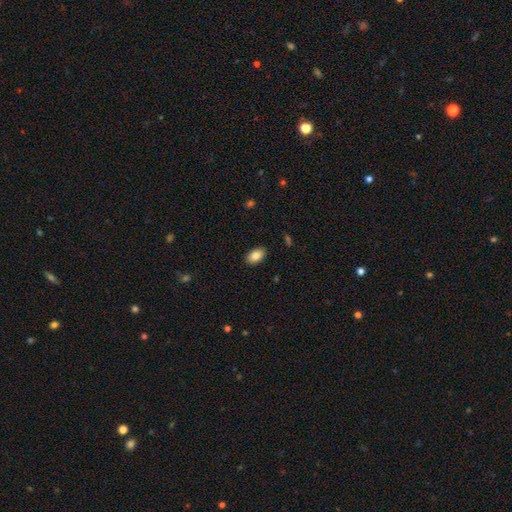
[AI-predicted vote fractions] smooth-or-featured: smooth: 85% | featured or disk: 8% | star or artifact: 7%
  how-rounded: in between: 91% | round: 7% | cigar-shaped: 1%
  merging: none: 89% | minor disturbance: 8% | major disturbance: 2% | merger: 1%